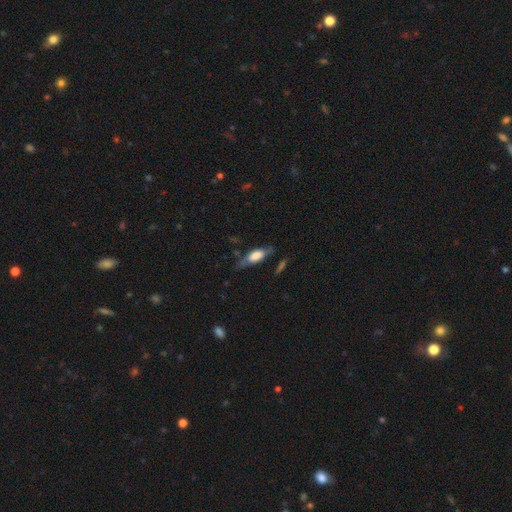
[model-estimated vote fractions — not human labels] Smooth or featured: smooth — 59% (featured or disk — 34%)
How rounded: in between — 66% (cigar-shaped — 31%)
Merging: none — 57% (minor disturbance — 27%)